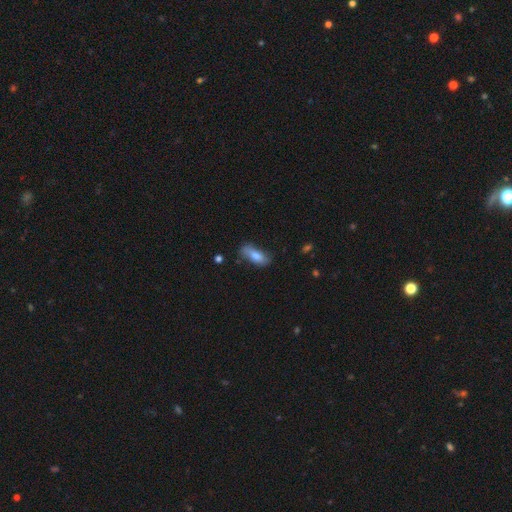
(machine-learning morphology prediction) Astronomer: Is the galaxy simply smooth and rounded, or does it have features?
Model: smooth — 73%.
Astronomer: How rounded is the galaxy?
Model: in between — 75%.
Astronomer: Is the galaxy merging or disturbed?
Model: none — 58%.